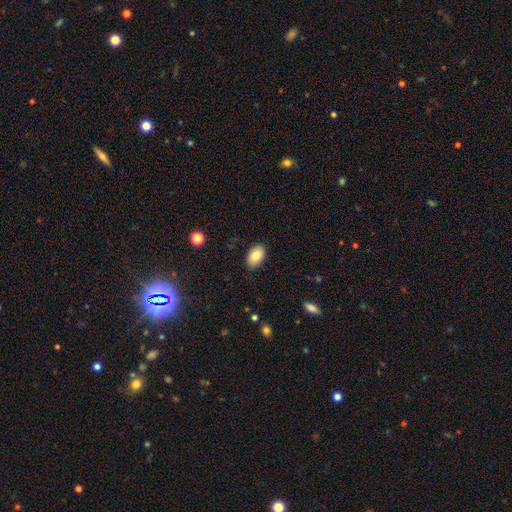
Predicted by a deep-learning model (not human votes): Morphology: type=smooth (84%); roundness=in between (92%); merging=none (86%).